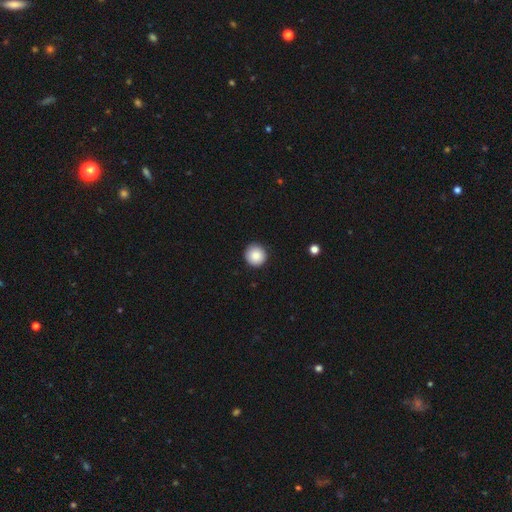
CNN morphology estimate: type=smooth (86%); roundness=round (95%); merging=none (91%).